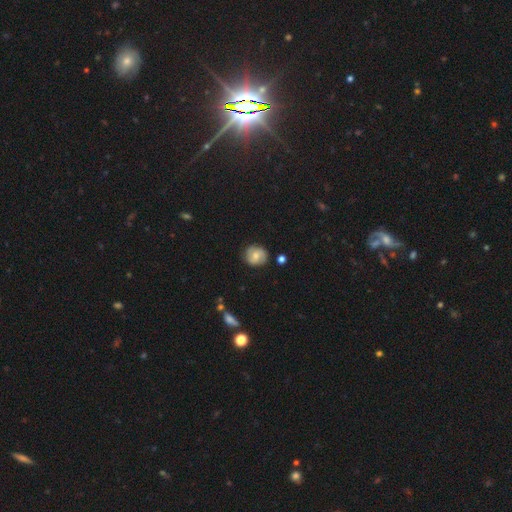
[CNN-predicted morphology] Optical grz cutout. It shows a smooth galaxy with no disk features (52%) that is round (81%). Merging: none (79%).